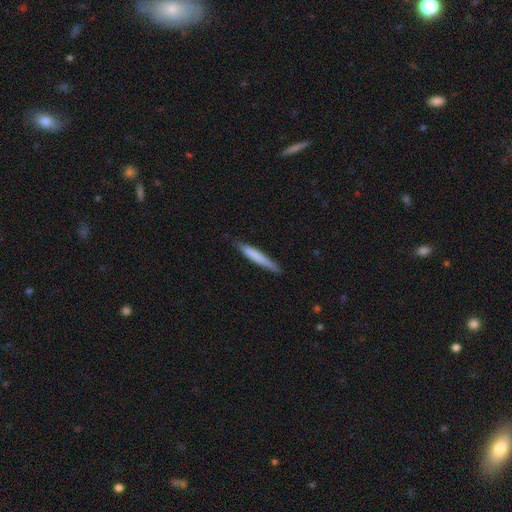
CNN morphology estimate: This is likely a smooth galaxy (73%). How rounded: clearly cigar-shaped (95%). Merging: clearly none (83%).